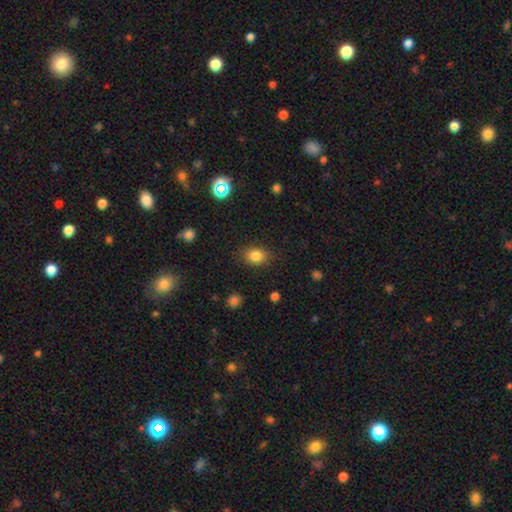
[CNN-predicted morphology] A smooth galaxy with no disk features (83%) that is in between round and cigar-shaped (66%).

Vote fractions:
- Smooth or featured? smooth: 83% / star or artifact: 11% / featured or disk: 6%
- How rounded? in between: 66% / round: 32% / cigar-shaped: 1%
- Merging? none: 83% / minor disturbance: 12% / major disturbance: 4% / merger: 1%